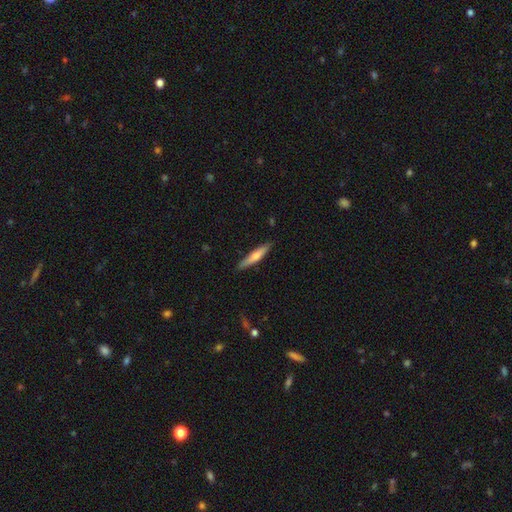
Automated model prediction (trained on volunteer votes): This appears to be a smooth galaxy with no disk features (53%) that is cigar-shaped (90%). Merging: none (89%).